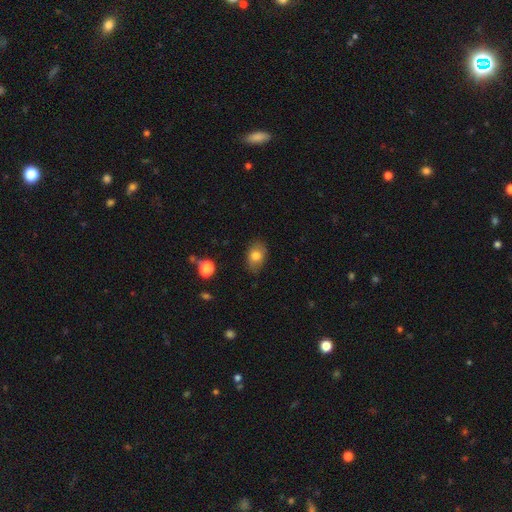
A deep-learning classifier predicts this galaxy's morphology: smooth_or_featured: smooth (p=0.78) [alt: featured or disk p=0.13]
how_rounded: in between (p=0.80) [alt: round p=0.18]
merging: none (p=0.78) [alt: minor disturbance p=0.17]